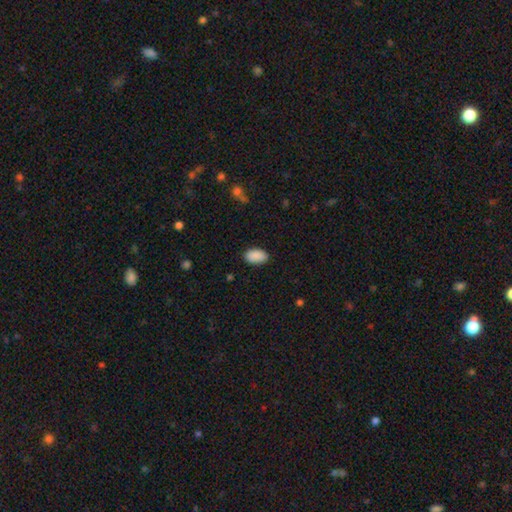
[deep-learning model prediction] smooth-or-featured: smooth: 90% | star or artifact: 7% | featured or disk: 3%
  how-rounded: in between: 94% | round: 5% | cigar-shaped: 1%
  merging: none: 86% | minor disturbance: 11% | major disturbance: 2% | merger: 1%